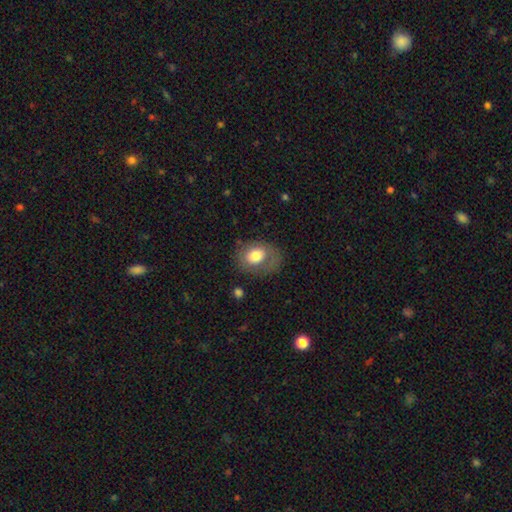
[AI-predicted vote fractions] This is likely a smooth galaxy (68%). How rounded: likely in between (61%). Merging: likely none (62%).